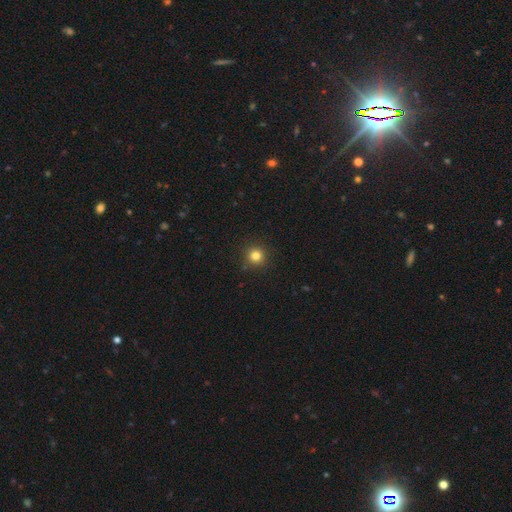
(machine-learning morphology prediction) type=smooth (81%); roundness=round (94%); merging=none (90%).